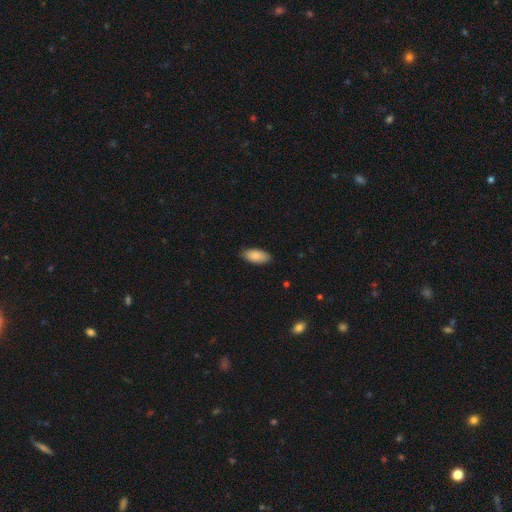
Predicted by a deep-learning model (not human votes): This is clearly a smooth galaxy (88%). How rounded: clearly in between (91%). Merging: clearly none (83%).